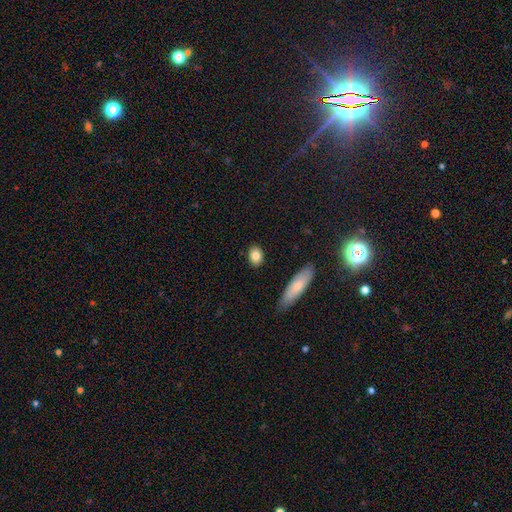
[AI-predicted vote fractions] Smooth or featured? Predicted: smooth (p=0.83). How rounded? Predicted: in between (p=0.63). Merging? Predicted: none (p=0.88).